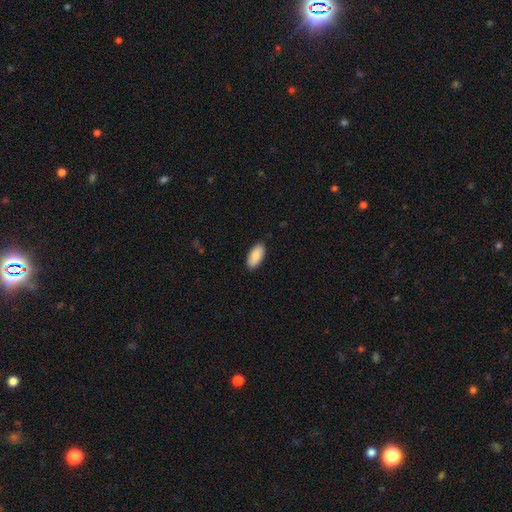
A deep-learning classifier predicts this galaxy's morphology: This is clearly a smooth galaxy (88%). How rounded: clearly in between (92%). Merging: clearly none (89%).